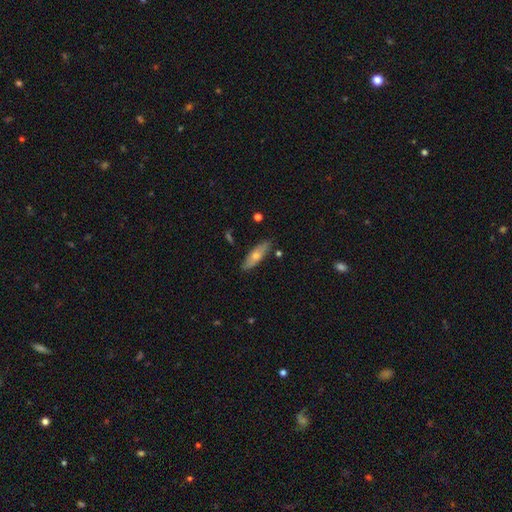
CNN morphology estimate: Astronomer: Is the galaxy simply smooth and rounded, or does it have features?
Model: smooth — 55% (runner-up: featured or disk, 38%).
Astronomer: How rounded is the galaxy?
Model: cigar-shaped — 57% (runner-up: in between, 41%).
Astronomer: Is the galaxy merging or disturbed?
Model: none — 85%.